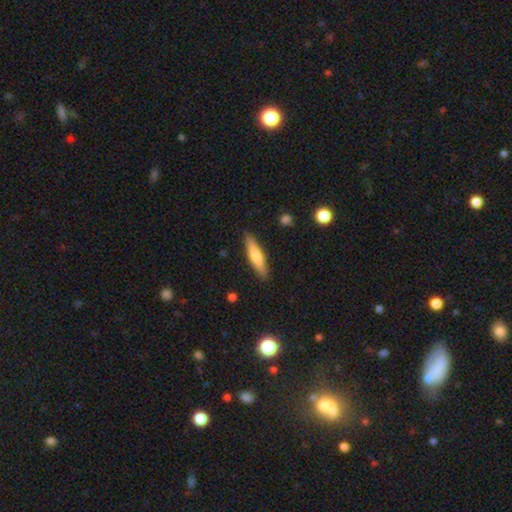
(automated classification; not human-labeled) A smooth galaxy with no disk features (53%) that is cigar-shaped (79%). Merging: none (88%).